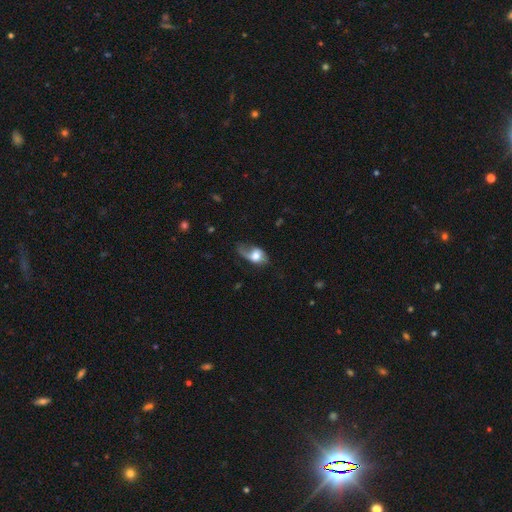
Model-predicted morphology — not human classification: Smooth or featured? smooth (52%)
How rounded? in between (79%)
Merging? major disturbance (36%)